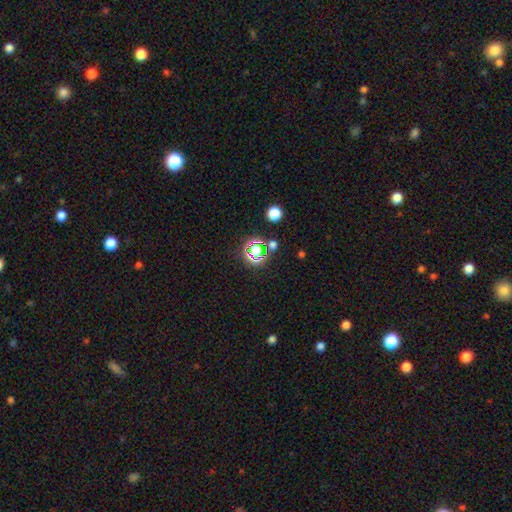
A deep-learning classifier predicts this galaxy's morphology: Smooth or featured?
  - star or artifact: 58% *
  - smooth: 32%
  - featured or disk: 11%